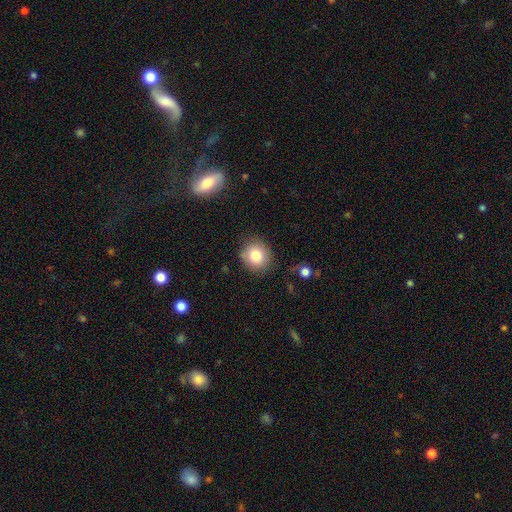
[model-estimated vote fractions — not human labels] Smooth or featured? Predicted: smooth (p=0.81). How rounded? Predicted: round (p=0.87). Merging? Predicted: none (p=0.84).